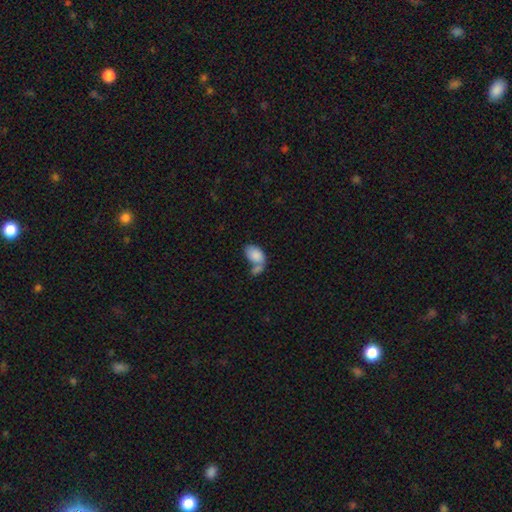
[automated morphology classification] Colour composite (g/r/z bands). It shows a smooth galaxy with no disk features (84%) that is in between round and cigar-shaped (90%). Merging: merger (53%).